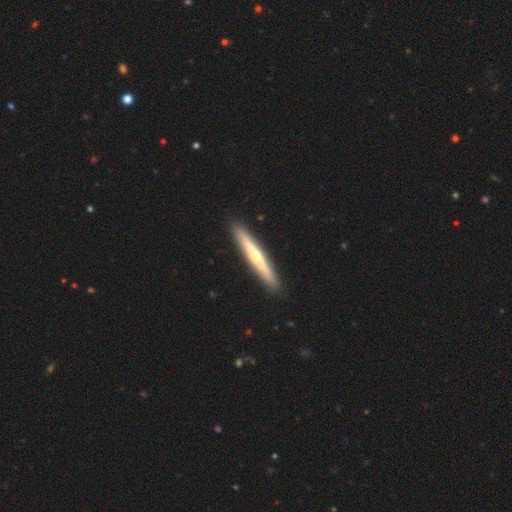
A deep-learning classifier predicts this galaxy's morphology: The model was most divided on "smooth or featured": featured or disk: 59%, smooth: 35%, star or artifact: 6%. More confident: edge-on disk — yes (94%); merging — none (91%); edge-on bulge — rounded (71%).